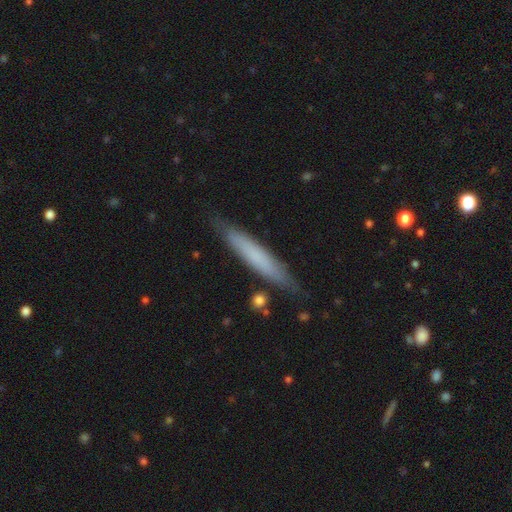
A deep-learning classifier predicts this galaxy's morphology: type=smooth (64%); roundness=cigar-shaped (92%); merging=none (84%).